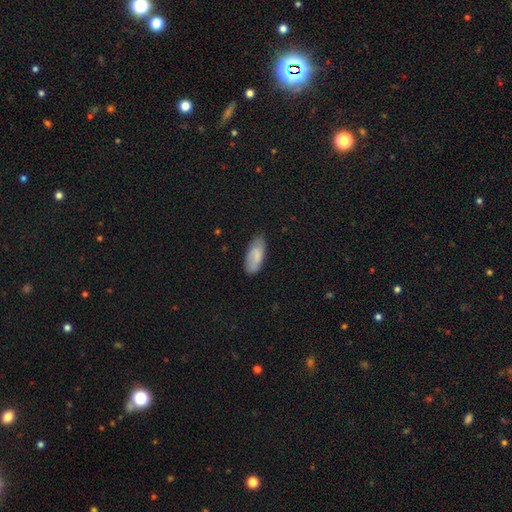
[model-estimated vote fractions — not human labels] smooth-or-featured: smooth: 75% | featured or disk: 18% | star or artifact: 7%
  how-rounded: in between: 85% | cigar-shaped: 13% | round: 2%
  merging: none: 74% | minor disturbance: 20% | major disturbance: 4% | merger: 1%